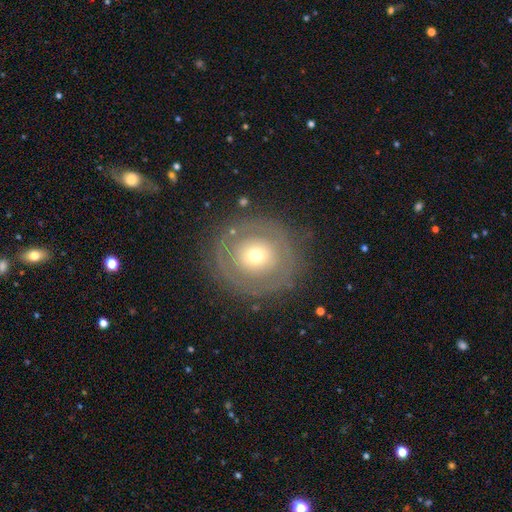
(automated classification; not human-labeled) A featured or disk galaxy (48%). Merging: none (80%).